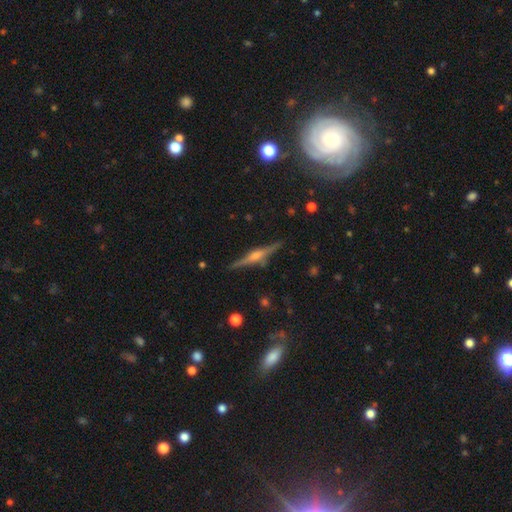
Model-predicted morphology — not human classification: Smooth or featured?
  - featured or disk: 78% *
  - smooth: 13%
  - star or artifact: 8%
Edge-on disk?
  - yes: 98% *
  - no: 2%
Edge-on bulge?
  - rounded: 83% *
  - boxy: 11%
  - none: 6%
Merging?
  - none: 89% *
  - minor disturbance: 8%
  - major disturbance: 2%
  - merger: 1%